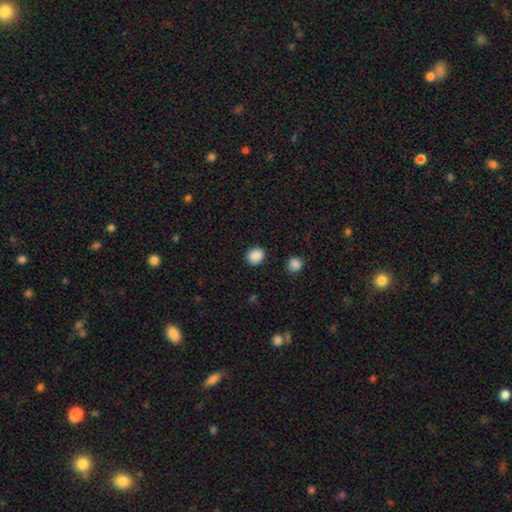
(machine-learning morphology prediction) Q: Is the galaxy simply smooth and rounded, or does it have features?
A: smooth — 88%.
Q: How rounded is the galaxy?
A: round — 76%.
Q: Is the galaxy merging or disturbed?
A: none — 87%.